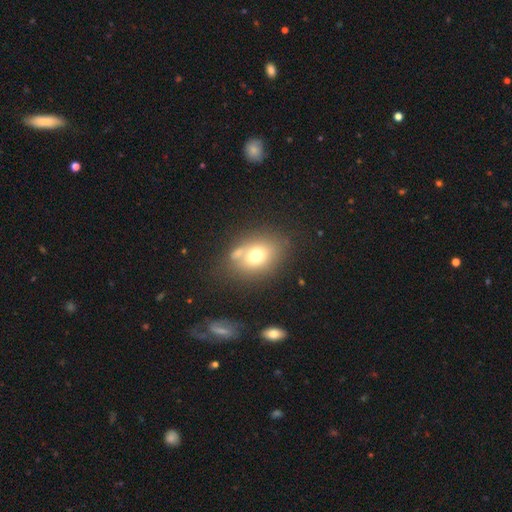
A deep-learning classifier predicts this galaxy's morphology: Smooth or featured?
  - smooth: 70% *
  - featured or disk: 18%
  - star or artifact: 12%
How rounded?
  - in between: 65% *
  - round: 33%
  - cigar-shaped: 2%
Merging?
  - none: 60% *
  - merger: 17%
  - minor disturbance: 16%
  - major disturbance: 7%